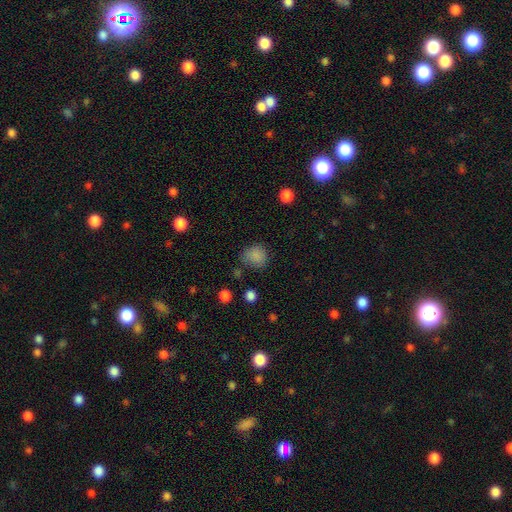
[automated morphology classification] Overall: smooth (82%). How rounded: round (71%). Merging: none (70%).